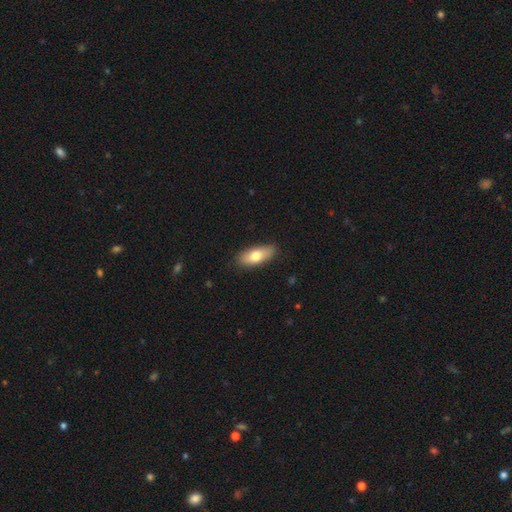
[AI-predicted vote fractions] The model was most divided on "smooth or featured": smooth: 73%, featured or disk: 21%, star or artifact: 6%. More confident: merging — none (85%); how rounded — in between (80%).